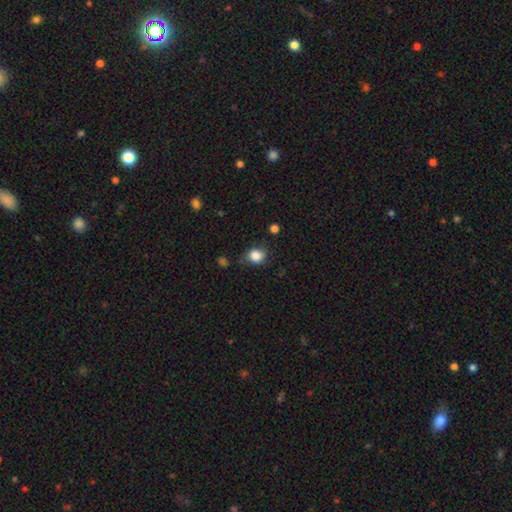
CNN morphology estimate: Smooth or featured? smooth (84%)
How rounded? round (69%)
Merging? none (65%)